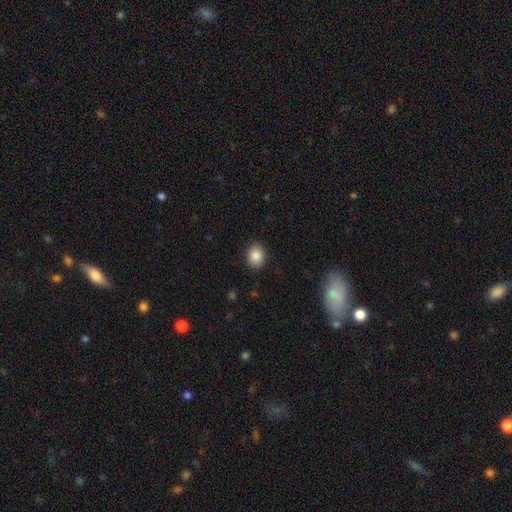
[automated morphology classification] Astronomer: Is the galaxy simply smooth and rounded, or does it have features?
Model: smooth — 86%.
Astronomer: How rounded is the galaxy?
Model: round — 51% (runner-up: in between, 48%).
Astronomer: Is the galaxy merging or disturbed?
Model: none — 89%.